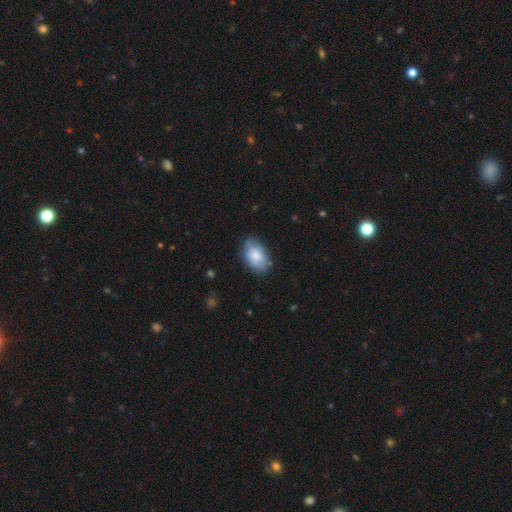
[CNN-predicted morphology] smooth_or_featured: smooth (p=0.78) [alt: featured or disk p=0.15]
how_rounded: in between (p=0.89) [alt: round p=0.10]
merging: none (p=0.73) [alt: minor disturbance p=0.21]